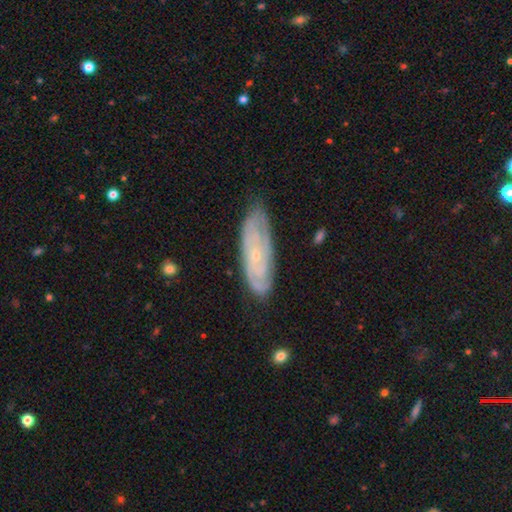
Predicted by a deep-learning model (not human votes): This appears to be a featured or disk galaxy (75%) with no bar (77%), tight (69%) spiral arms (89%) and a small central bulge (78%). Merging: none (76%).